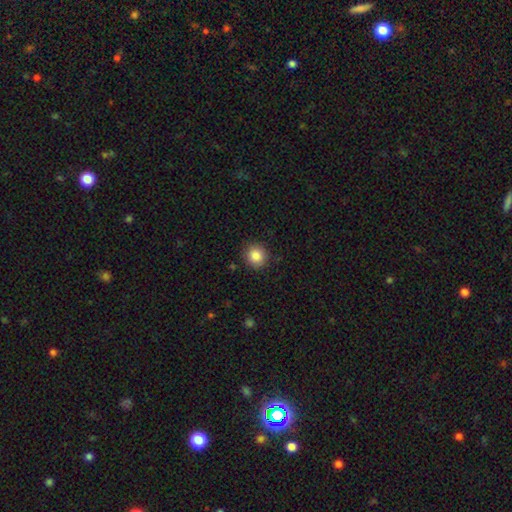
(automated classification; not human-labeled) A smooth galaxy with no disk features (86%) that is round (88%).

Vote fractions:
- Smooth or featured? smooth: 86% / star or artifact: 10% / featured or disk: 5%
- How rounded? round: 88% / in between: 11% / cigar-shaped: 1%
- Merging? none: 89% / minor disturbance: 8% / major disturbance: 2% / merger: 1%